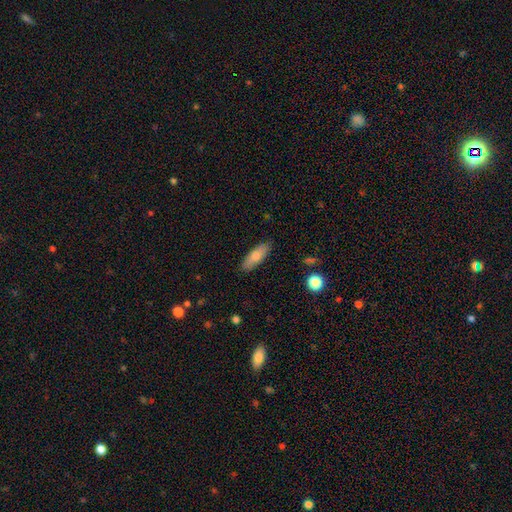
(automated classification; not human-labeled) smooth 73%, featured or disk 20%, star or artifact 7%. Down the decision tree: how rounded — in between (59%); merging — none (87%).